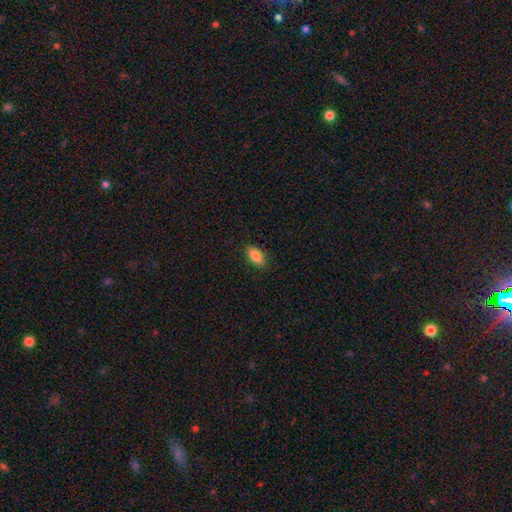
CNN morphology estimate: Smooth or featured?
  - smooth: 85% *
  - star or artifact: 7%
  - featured or disk: 7%
How rounded?
  - in between: 90% *
  - cigar-shaped: 7%
  - round: 4%
Merging?
  - none: 88% *
  - minor disturbance: 9%
  - major disturbance: 2%
  - merger: 1%